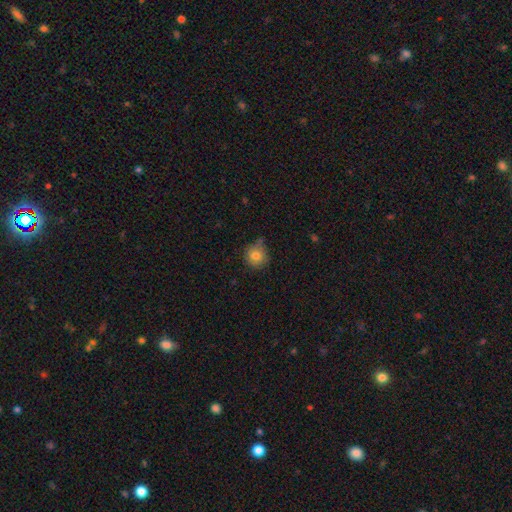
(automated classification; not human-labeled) The model was most divided on "merging": none: 70%, minor disturbance: 22%, major disturbance: 4%, merger: 4%. More confident: how rounded — round (90%); smooth or featured — smooth (82%).